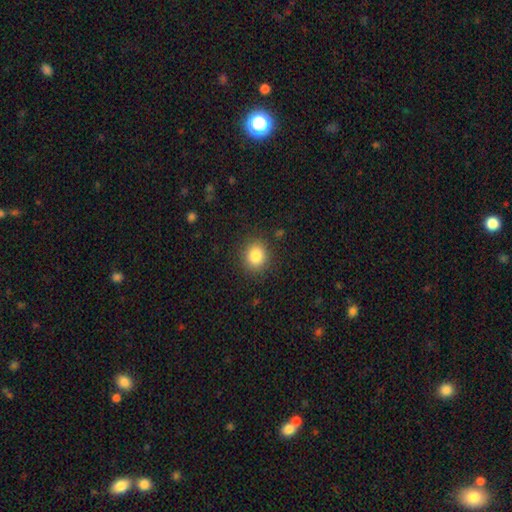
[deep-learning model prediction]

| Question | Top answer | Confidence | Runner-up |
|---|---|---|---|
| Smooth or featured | smooth | 84% | star or artifact (10%) |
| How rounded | round | 78% | in between (21%) |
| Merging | none | 88% | minor disturbance (8%) |